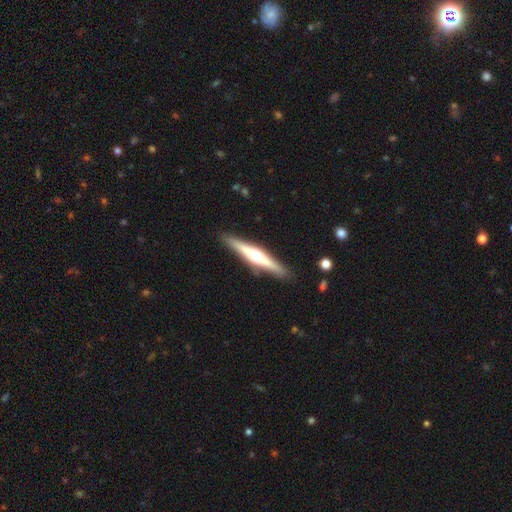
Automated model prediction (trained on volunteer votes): The model was most divided on "smooth or featured": featured or disk: 67%, smooth: 28%, star or artifact: 5%. More confident: edge-on disk — yes (97%); merging — none (90%); edge-on bulge — rounded (88%).